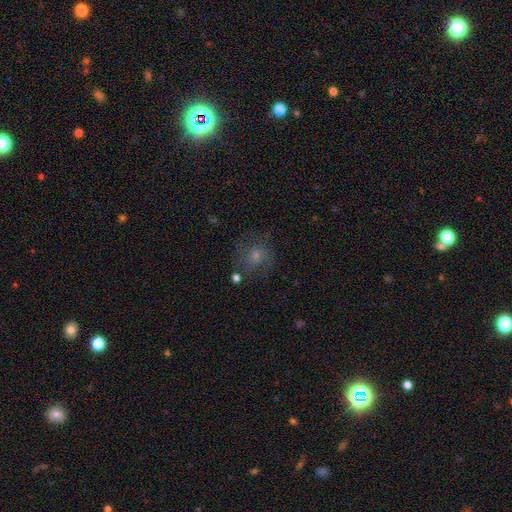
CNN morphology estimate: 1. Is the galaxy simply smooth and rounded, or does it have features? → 55% smooth, 30% featured or disk, 14% star or artifact.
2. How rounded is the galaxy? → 77% round, 22% in between, 1% cigar-shaped.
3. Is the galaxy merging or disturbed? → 62% none, 20% minor disturbance, 14% major disturbance, 4% merger.